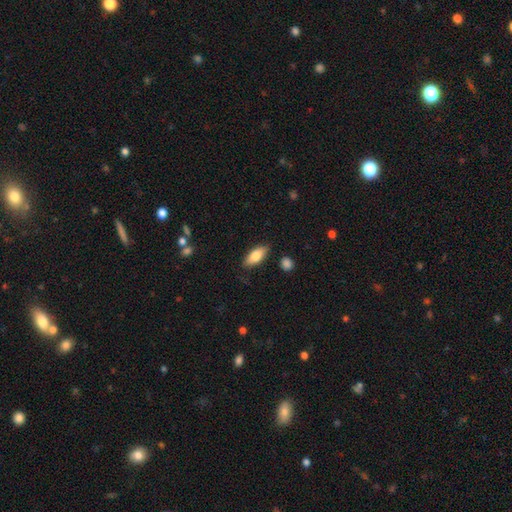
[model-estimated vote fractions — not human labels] This is likely a smooth galaxy (76%). How rounded: likely in between (78%). Merging: clearly none (83%).